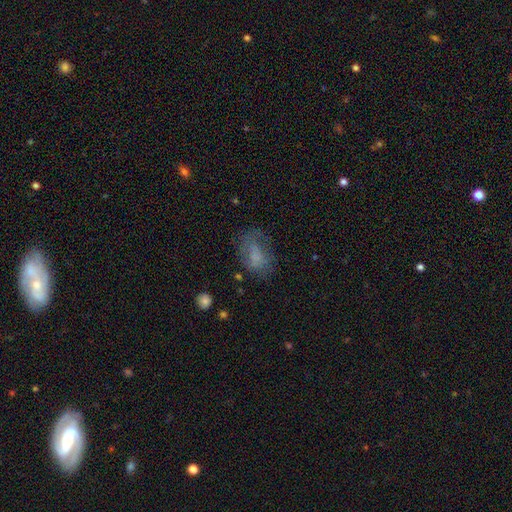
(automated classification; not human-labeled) A smooth galaxy with no disk features (62%) that is in between round and cigar-shaped (82%).

Vote fractions:
- Smooth or featured? smooth: 62% / featured or disk: 26% / star or artifact: 13%
- How rounded? in between: 82% / round: 16% / cigar-shaped: 3%
- Merging? none: 51% / minor disturbance: 25% / major disturbance: 21% / merger: 2%